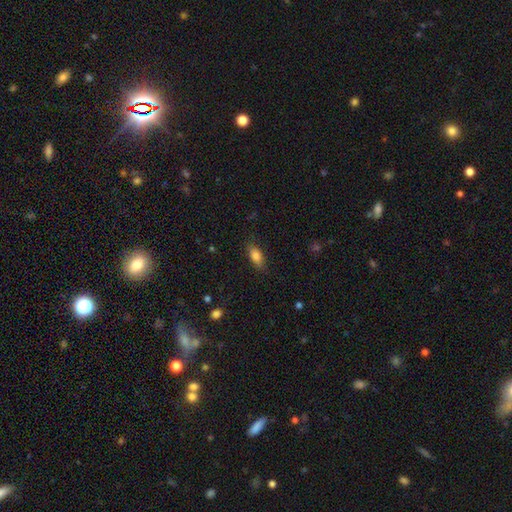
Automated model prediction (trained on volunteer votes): Morphology: type=smooth (84%); roundness=in between (83%); merging=none (83%).